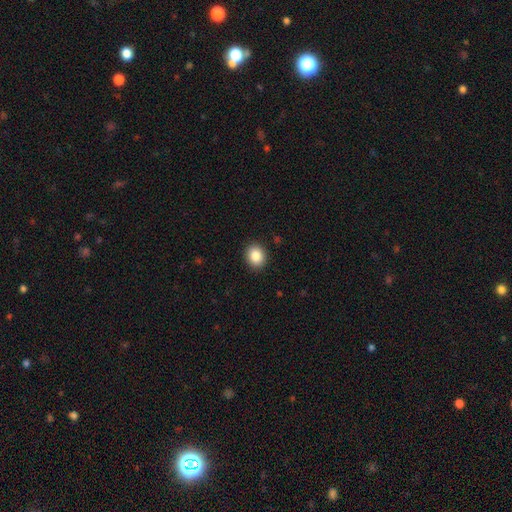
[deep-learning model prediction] This is clearly a smooth galaxy (86%). How rounded: likely round (64%). Merging: clearly none (91%).